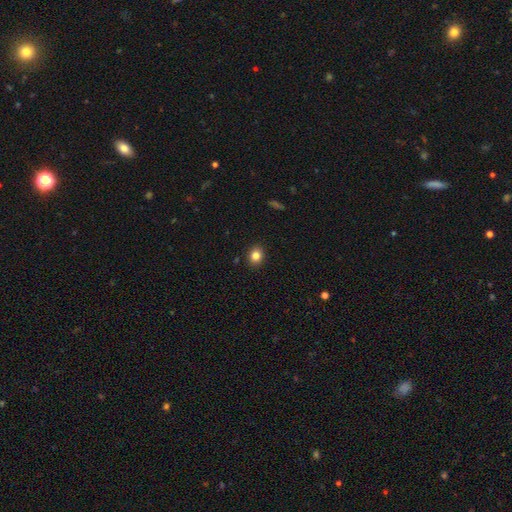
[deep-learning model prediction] Smooth or featured? Predicted: smooth (p=0.83). How rounded? Predicted: round (p=0.65). Merging? Predicted: none (p=0.90).